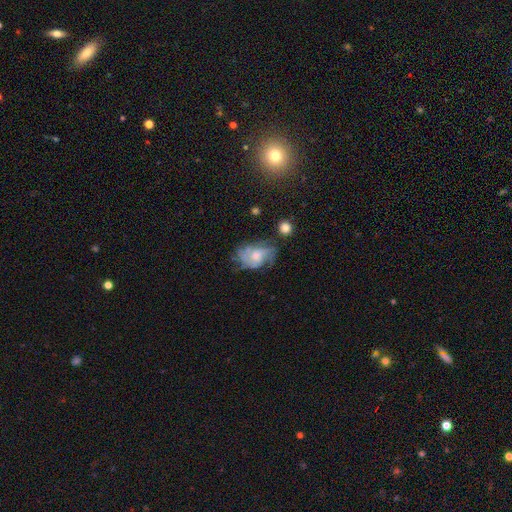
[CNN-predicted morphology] This appears to be a featured or disk galaxy (64%) with no bar (78%), spiral arms (79%) and a moderate central bulge (47%). Merging: none (44%).